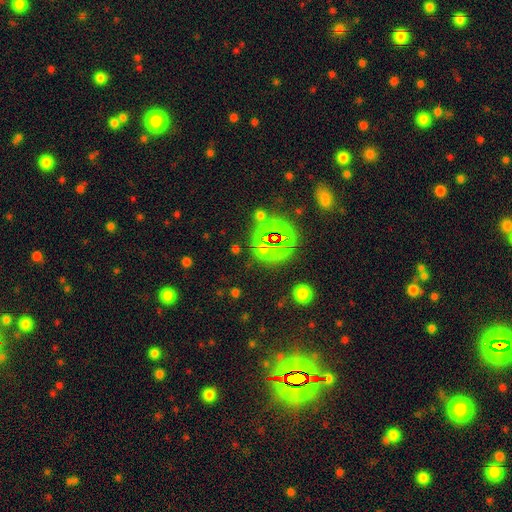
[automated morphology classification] Smooth or featured? Predicted: star or artifact (p=0.78).